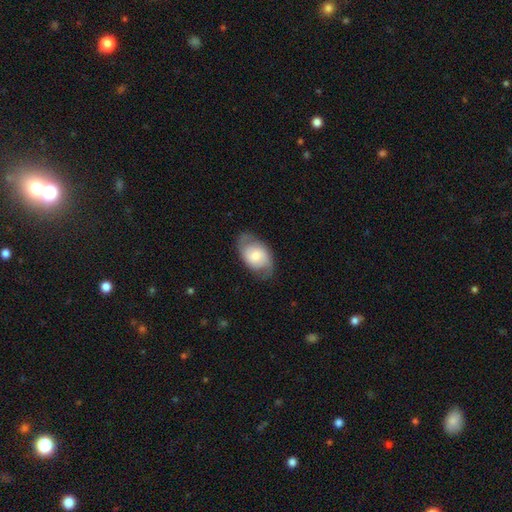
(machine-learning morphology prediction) The model was most divided on "smooth or featured": featured or disk: 52%, smooth: 42%, star or artifact: 6%. More confident: edge-on disk — no (94%); merging — none (73%).